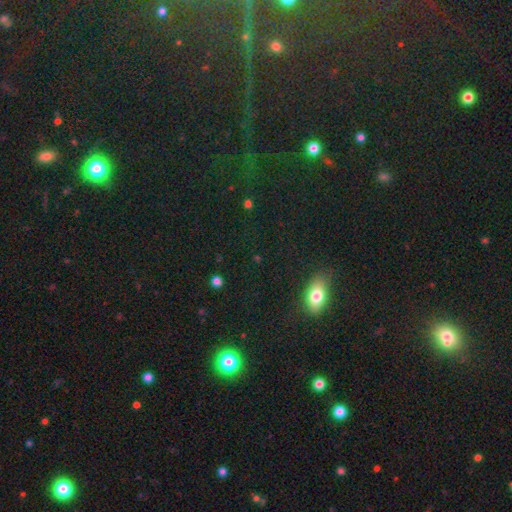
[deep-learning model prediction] smooth 54%, star or artifact 34%, featured or disk 12%. Down the decision tree: how rounded — in between (73%); merging — none (84%).